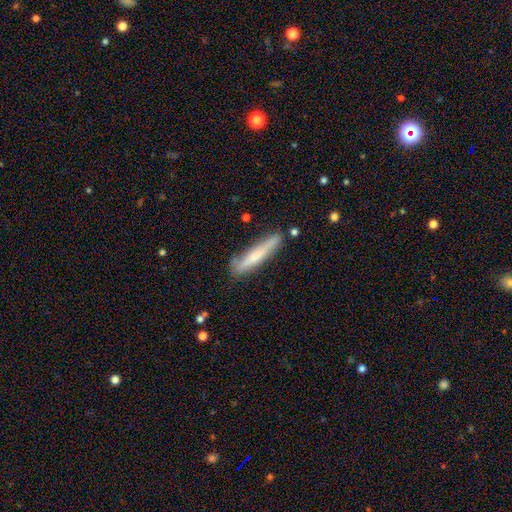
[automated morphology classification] The model was most divided on "smooth or featured": smooth: 59%, featured or disk: 35%, star or artifact: 6%. More confident: how rounded — cigar-shaped (91%); merging — none (74%).